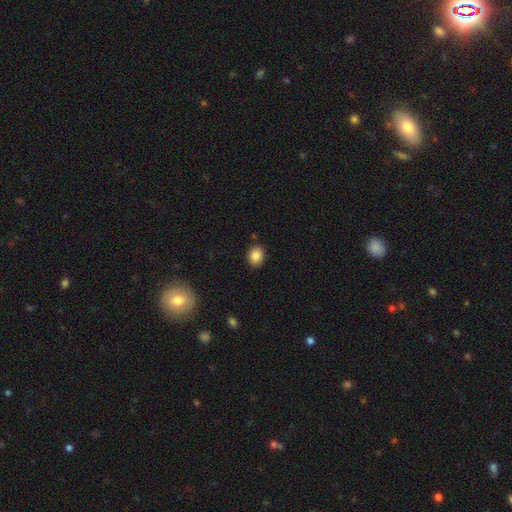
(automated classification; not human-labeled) A smooth galaxy with no disk features (86%) that is round (53%).

Vote fractions:
- Smooth or featured? smooth: 86% / star or artifact: 9% / featured or disk: 5%
- How rounded? round: 53% / in between: 46% / cigar-shaped: 1%
- Merging? none: 88% / minor disturbance: 8% / major disturbance: 2% / merger: 2%